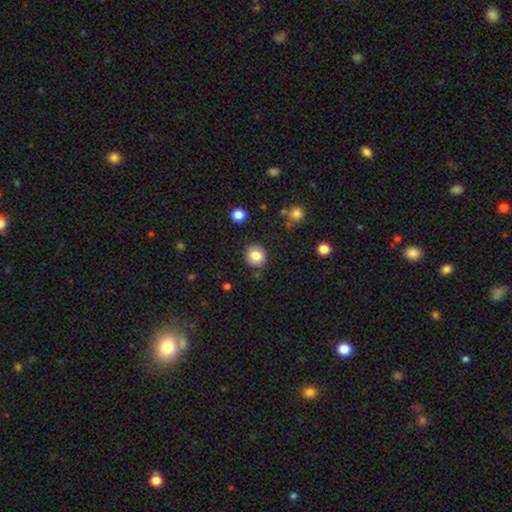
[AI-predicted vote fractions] smooth 82%, star or artifact 10%, featured or disk 8%. Down the decision tree: how rounded — round (83%); merging — none (84%).